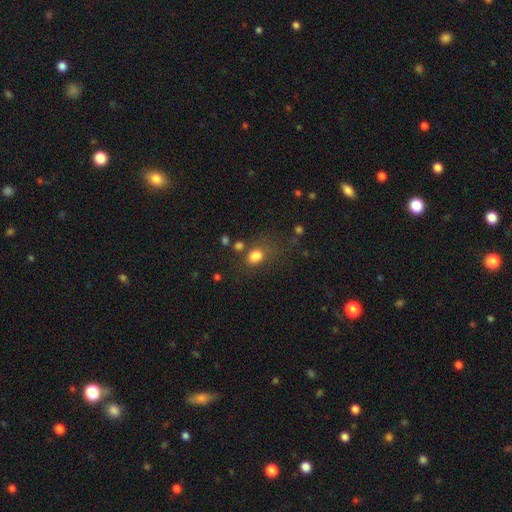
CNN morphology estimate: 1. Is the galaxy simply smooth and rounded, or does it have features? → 80% smooth, 13% star or artifact, 7% featured or disk.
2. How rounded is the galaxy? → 60% in between, 39% round, 1% cigar-shaped.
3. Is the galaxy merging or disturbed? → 56% none, 20% minor disturbance, 13% major disturbance, 11% merger.